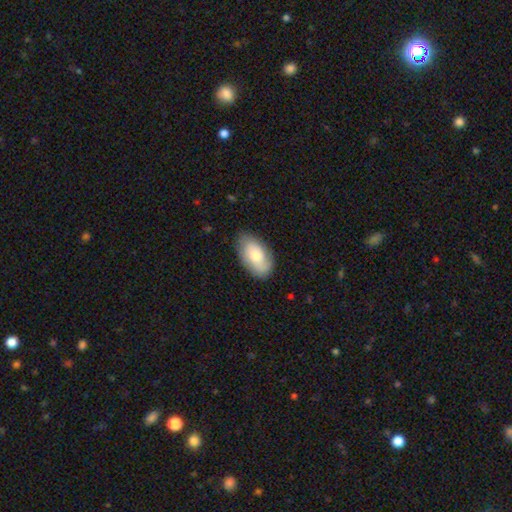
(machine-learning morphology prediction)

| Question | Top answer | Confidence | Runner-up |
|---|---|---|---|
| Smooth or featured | smooth | 62% | featured or disk (32%) |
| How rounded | in between | 93% | round (5%) |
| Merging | none | 77% | minor disturbance (17%) |